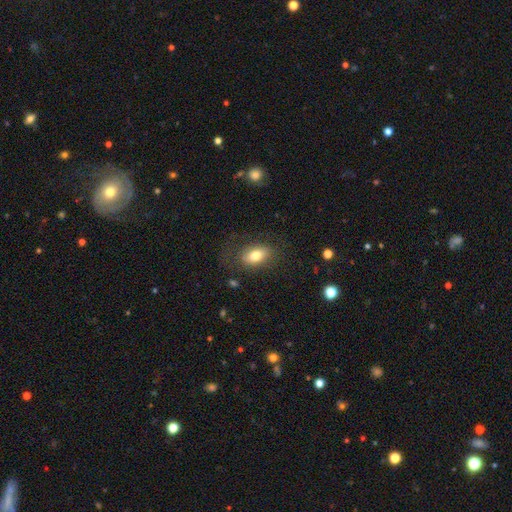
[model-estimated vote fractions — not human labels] This is likely a smooth galaxy (76%). How rounded: clearly in between (88%). Merging: likely none (74%).